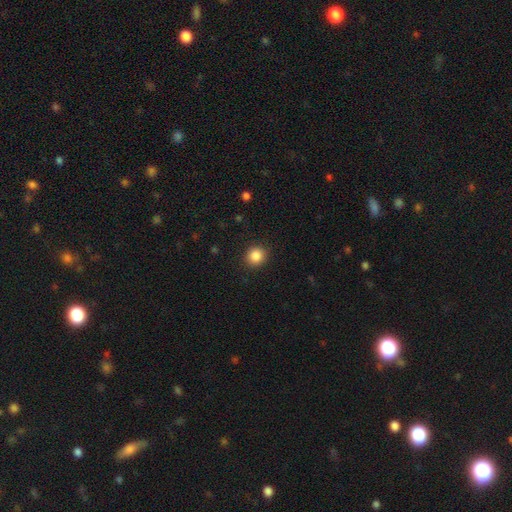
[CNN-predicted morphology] Smooth or featured? smooth (87%)
How rounded? round (86%)
Merging? none (91%)